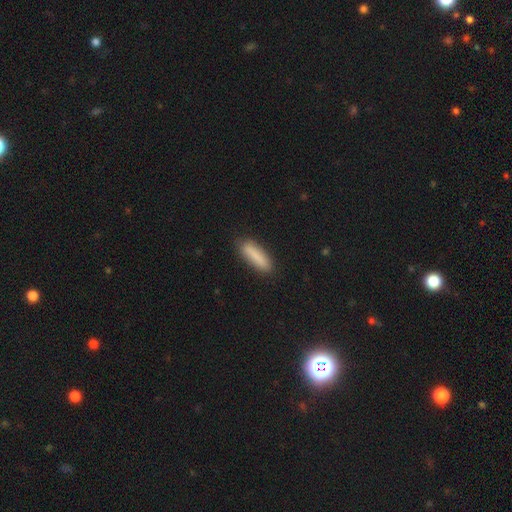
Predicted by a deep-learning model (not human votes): Overall: smooth (85%). How rounded: cigar-shaped (69%). Merging: none (85%).